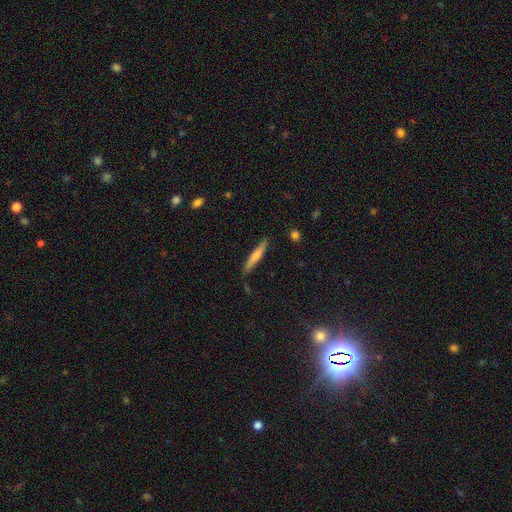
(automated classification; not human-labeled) Smooth or featured? Predicted: smooth (p=0.65). How rounded? Predicted: cigar-shaped (p=0.92). Merging? Predicted: none (p=0.84).